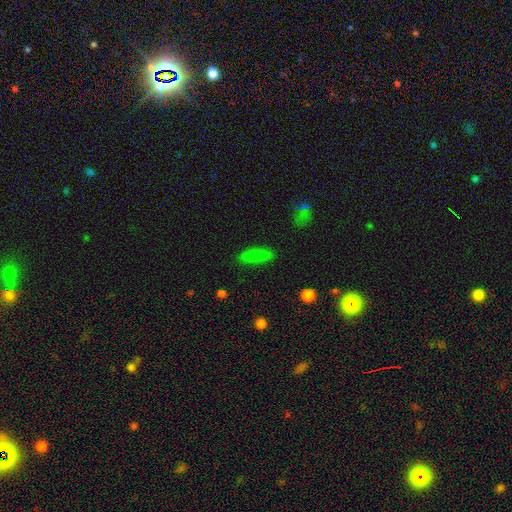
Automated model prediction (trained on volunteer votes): smooth 82%, star or artifact 10%, featured or disk 8%. Down the decision tree: how rounded — cigar-shaped (60%); merging — none (85%).